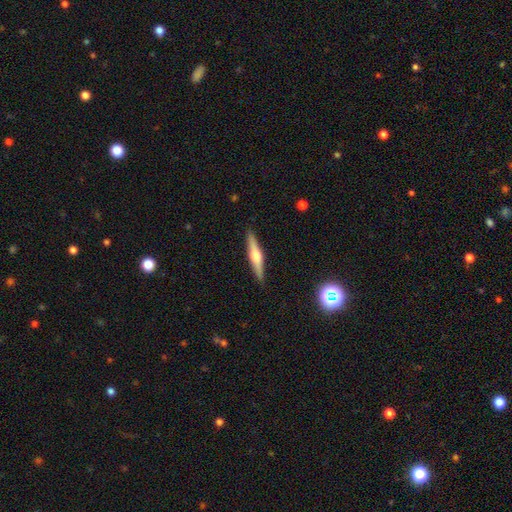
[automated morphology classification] A featured or disk galaxy (65%) viewed edge-on (98%) with a rounded central bulge (86%).

Vote fractions:
- Smooth or featured? featured or disk: 65% / smooth: 29% / star or artifact: 6%
- Edge-on disk? yes: 98% / no: 2%
- Edge-on bulge? rounded: 86% / boxy: 10% / none: 5%
- Merging? none: 90% / minor disturbance: 7% / major disturbance: 2% / merger: 1%